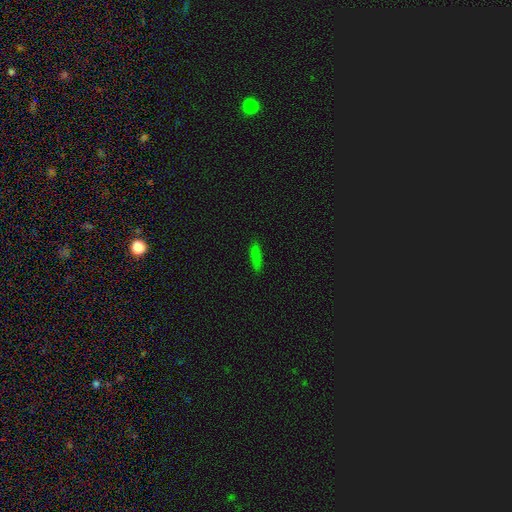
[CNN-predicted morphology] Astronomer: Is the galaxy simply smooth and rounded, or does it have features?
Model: smooth — 80%.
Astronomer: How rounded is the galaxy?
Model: cigar-shaped — 70%.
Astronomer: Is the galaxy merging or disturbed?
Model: none — 85%.